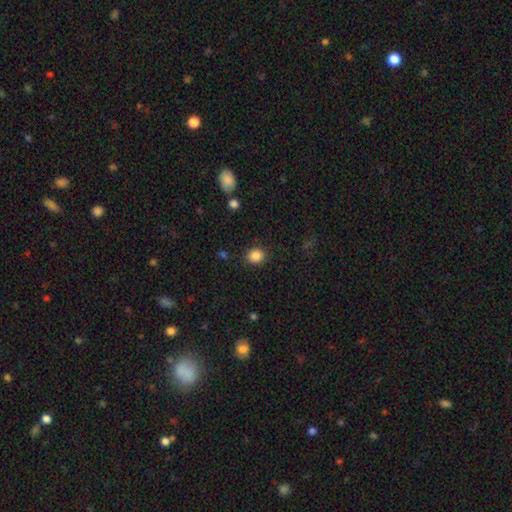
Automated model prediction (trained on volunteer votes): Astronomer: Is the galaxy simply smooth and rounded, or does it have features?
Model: smooth — 86%.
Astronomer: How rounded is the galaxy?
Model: round — 76%.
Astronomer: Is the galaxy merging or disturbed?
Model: none — 88%.